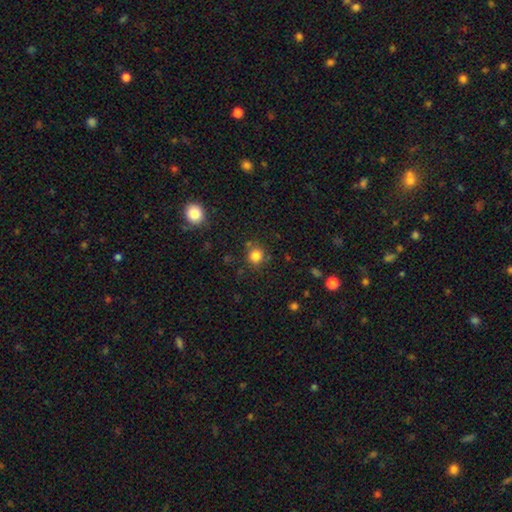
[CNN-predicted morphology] type=smooth (82%); roundness=round (89%); merging=none (79%).